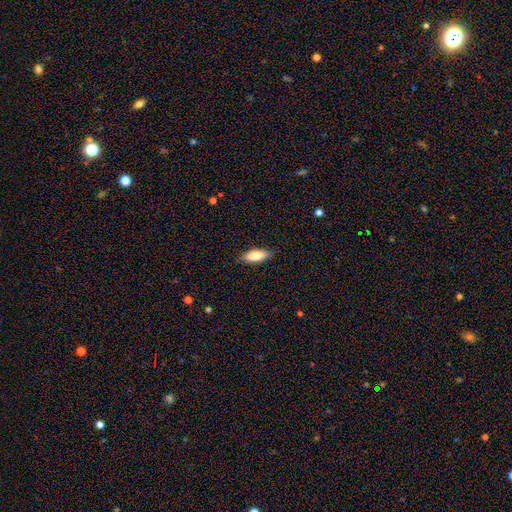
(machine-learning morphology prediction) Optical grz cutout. It shows a smooth galaxy with no disk features (84%) that is in between round and cigar-shaped (65%). Merging: none (86%).